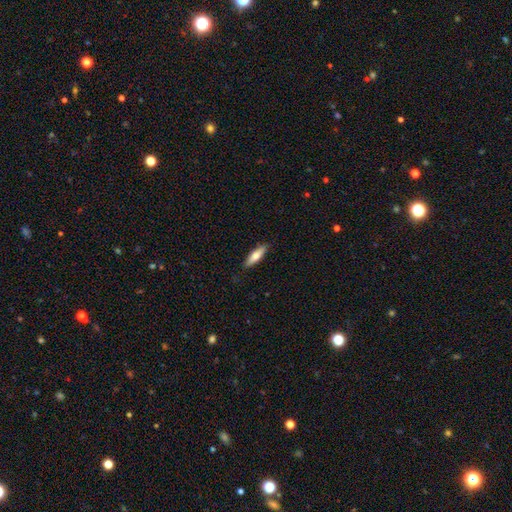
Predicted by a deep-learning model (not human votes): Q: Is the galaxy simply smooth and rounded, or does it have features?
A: smooth — 65%.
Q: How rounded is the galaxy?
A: cigar-shaped — 63%.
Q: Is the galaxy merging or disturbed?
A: none — 87%.